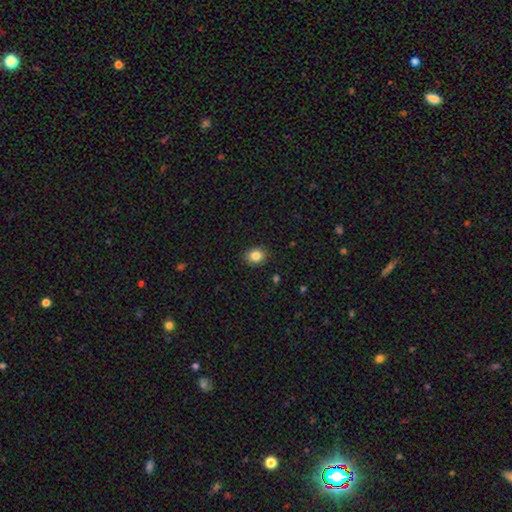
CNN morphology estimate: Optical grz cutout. It shows a smooth galaxy with no disk features (84%) that is round (59%). Merging: none (88%).